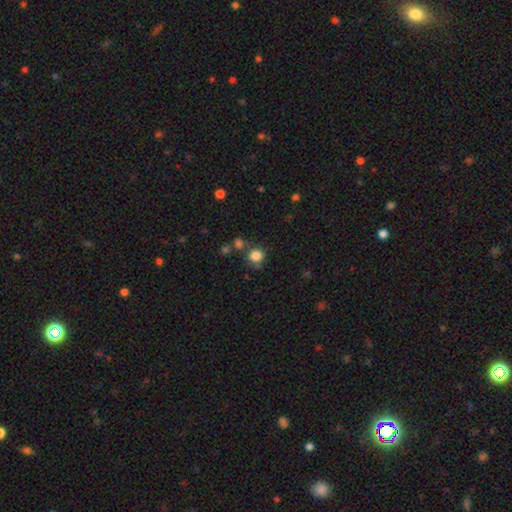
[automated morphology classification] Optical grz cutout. It shows a smooth galaxy with no disk features (83%) that is round (85%). Merging: none (69%).